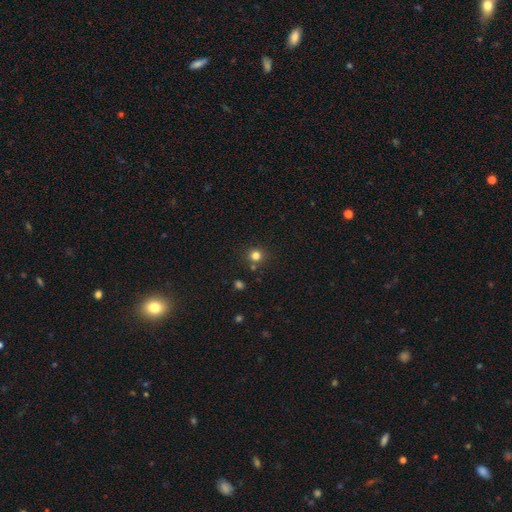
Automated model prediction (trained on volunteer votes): Overall: smooth (79%). How rounded: round (91%). Merging: none (81%).